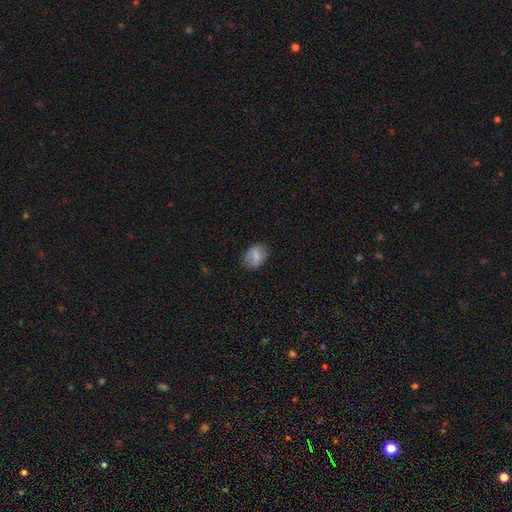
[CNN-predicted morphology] A smooth galaxy with no disk features (67%) that is in between round and cigar-shaped (70%). Merging: none (75%).